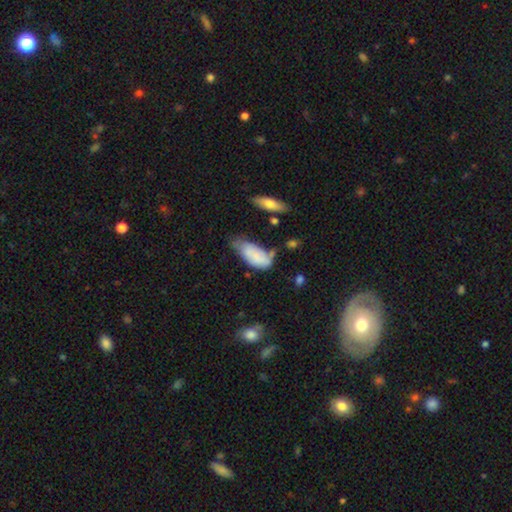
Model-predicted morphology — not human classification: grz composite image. It shows a smooth galaxy with no disk features (77%) that is in between round and cigar-shaped (88%). Merging: minor disturbance (42%).